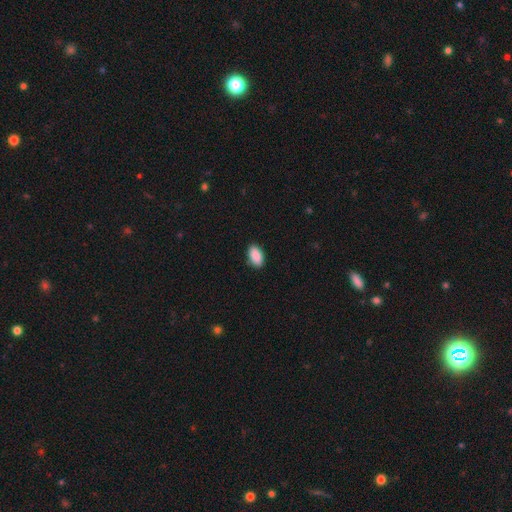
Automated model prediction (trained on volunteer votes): Smooth or featured?
  - smooth: 91% *
  - star or artifact: 6%
  - featured or disk: 3%
How rounded?
  - in between: 95% *
  - round: 4%
  - cigar-shaped: 2%
Merging?
  - none: 88% *
  - minor disturbance: 9%
  - major disturbance: 2%
  - merger: 1%